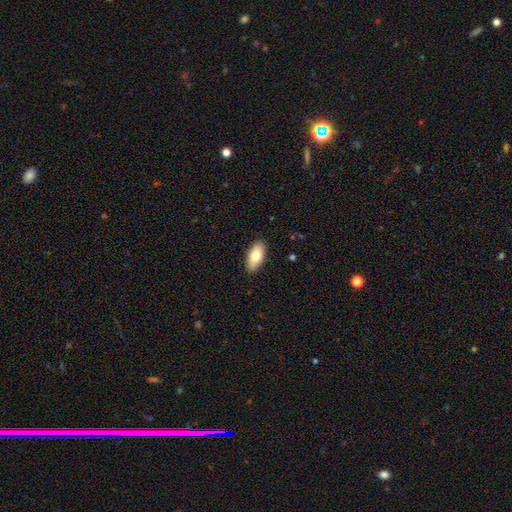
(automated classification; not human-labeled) This is likely a smooth galaxy (74%). How rounded: clearly in between (90%). Merging: clearly none (90%).